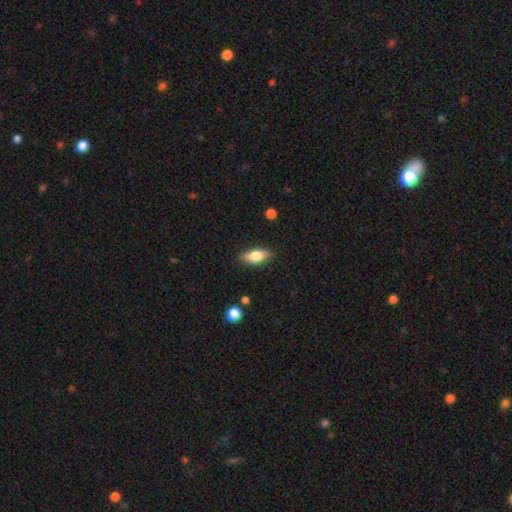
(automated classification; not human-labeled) Q: Smooth or featured?
A: smooth (70%); runner-up: featured or disk (23%)
Q: How rounded?
A: in between (75%); runner-up: cigar-shaped (21%)
Q: Merging?
A: none (86%); runner-up: minor disturbance (10%)